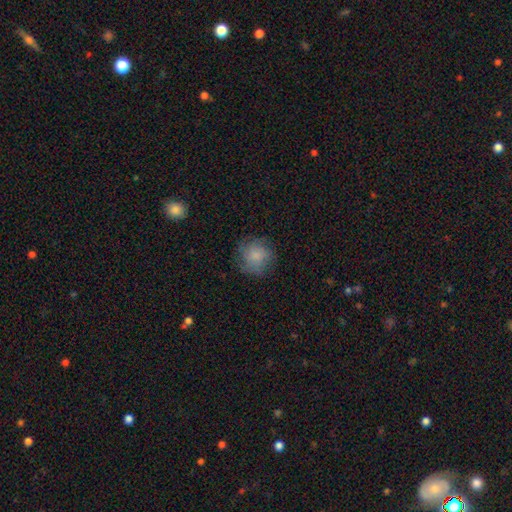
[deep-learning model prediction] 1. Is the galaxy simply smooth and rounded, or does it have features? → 77% smooth, 15% featured or disk, 8% star or artifact.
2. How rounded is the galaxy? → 91% round, 8% in between, 1% cigar-shaped.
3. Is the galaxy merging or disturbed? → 76% none, 16% minor disturbance, 7% major disturbance, 1% merger.